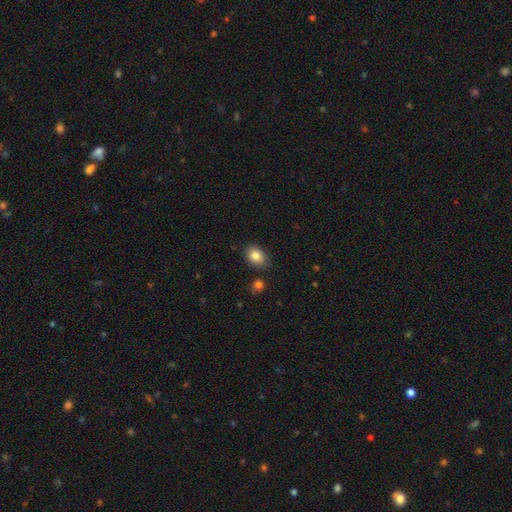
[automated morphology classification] Smooth or featured? Predicted: smooth (p=0.84). How rounded? Predicted: in between (p=0.73). Merging? Predicted: none (p=0.82).